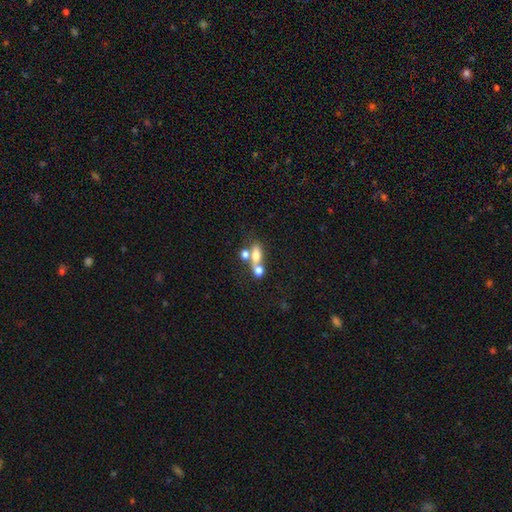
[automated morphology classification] Smooth or featured: smooth — 65% (featured or disk — 22%)
How rounded: in between — 63% (round — 20%)
Merging: merger — 53% (none — 31%)